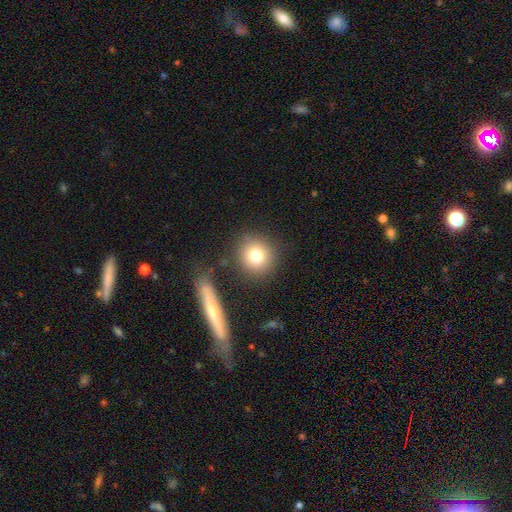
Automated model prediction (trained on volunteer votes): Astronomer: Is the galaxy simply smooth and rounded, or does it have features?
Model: smooth — 77%.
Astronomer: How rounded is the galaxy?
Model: round — 90%.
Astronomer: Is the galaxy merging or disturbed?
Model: none — 83%.